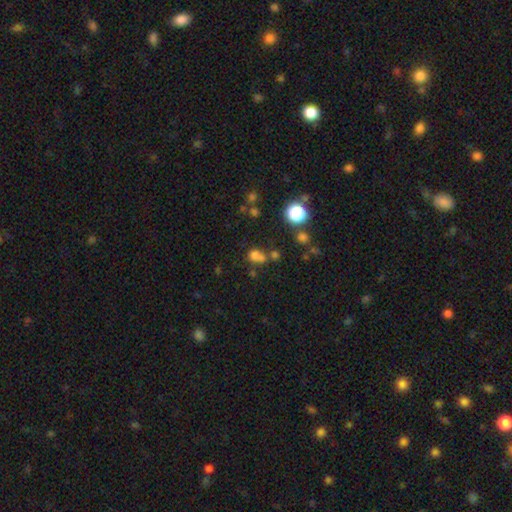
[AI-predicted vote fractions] This appears to be a smooth galaxy with no disk features (67%) that is round (60%). Merging: none (40%).